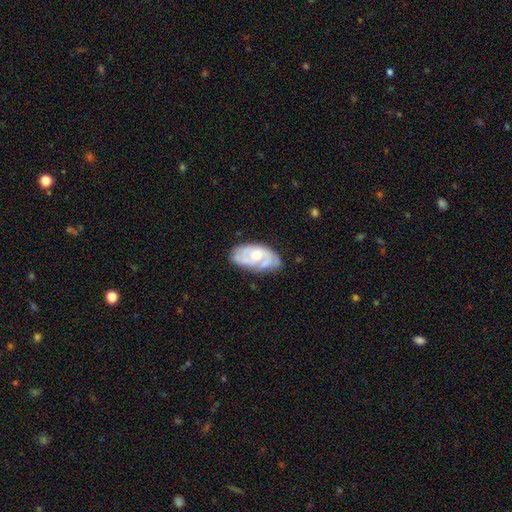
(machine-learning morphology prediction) This appears to be a featured or disk galaxy (65%) with no bar (72%), spiral arms (79%) and a moderate central bulge (55%). Merging: none (67%).